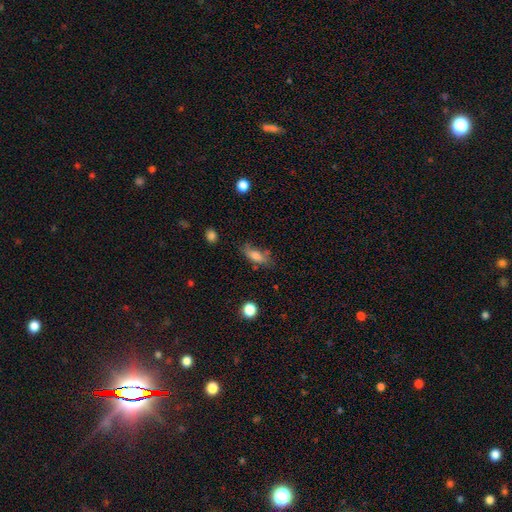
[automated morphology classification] smooth 73%, featured or disk 18%, star or artifact 9%. Down the decision tree: how rounded — in between (68%); merging — none (60%).